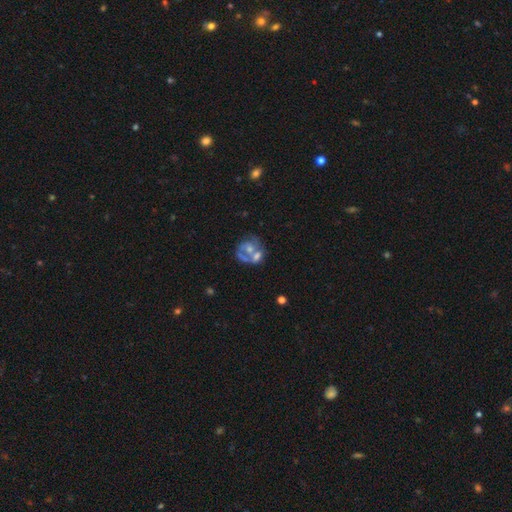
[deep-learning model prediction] This appears to be a featured or disk galaxy (62%) with no bar (79%), no spiral arms (55%) and a moderate central bulge (47%). Merging: merger (51%).